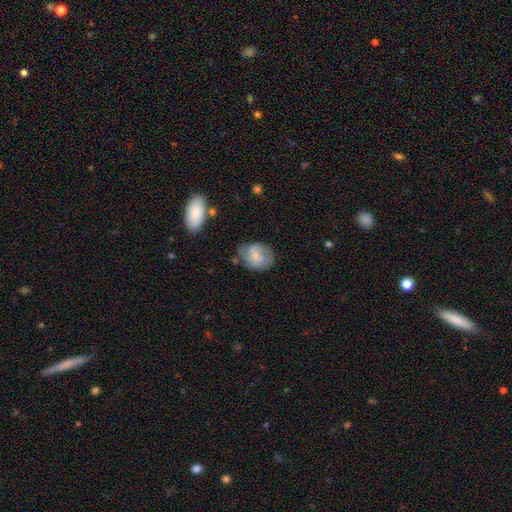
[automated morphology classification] Smooth or featured: smooth — 54% (featured or disk — 39%)
How rounded: in between — 52% (round — 47%)
Merging: none — 57% (minor disturbance — 29%)